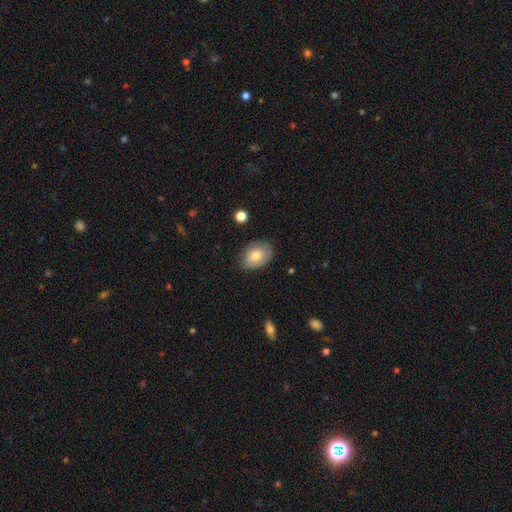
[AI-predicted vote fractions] This is likely a smooth galaxy (77%). How rounded: likely in between (78%). Merging: likely none (73%).